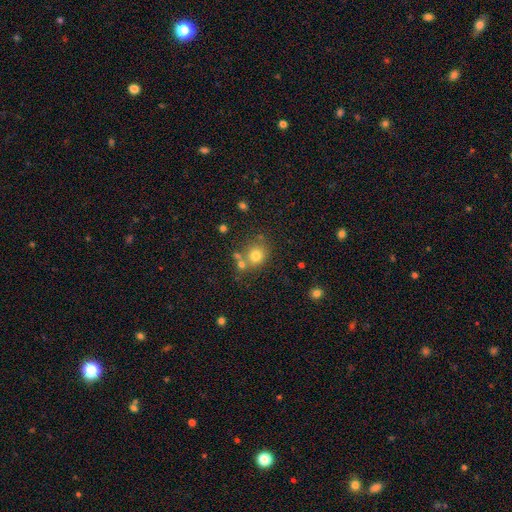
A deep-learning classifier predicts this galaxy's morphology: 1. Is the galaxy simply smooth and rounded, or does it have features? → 75% smooth, 14% star or artifact, 11% featured or disk.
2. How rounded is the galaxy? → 80% round, 19% in between, 1% cigar-shaped.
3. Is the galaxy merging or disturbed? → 60% none, 24% merger, 11% minor disturbance, 5% major disturbance.